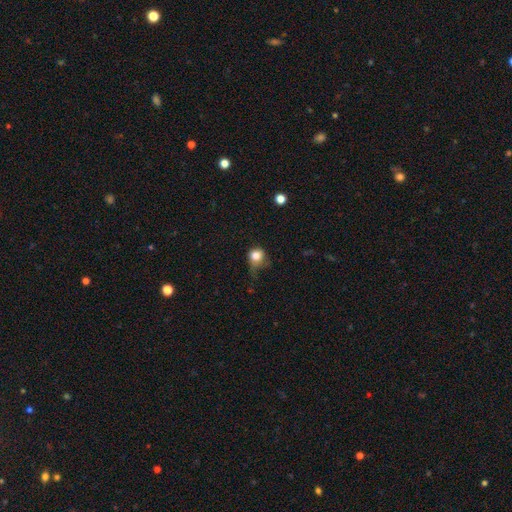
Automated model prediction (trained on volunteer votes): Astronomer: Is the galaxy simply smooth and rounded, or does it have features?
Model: smooth — 79%.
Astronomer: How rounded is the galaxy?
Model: round — 79%.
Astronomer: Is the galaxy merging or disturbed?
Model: none — 39% (runner-up: minor disturbance, 35%).